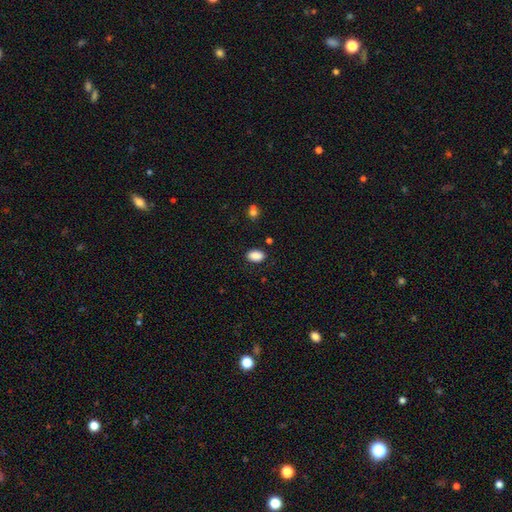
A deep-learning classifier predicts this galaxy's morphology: Smooth or featured?
  - smooth: 89% *
  - star or artifact: 8%
  - featured or disk: 3%
How rounded?
  - in between: 87% *
  - round: 11%
  - cigar-shaped: 1%
Merging?
  - none: 85% *
  - minor disturbance: 11%
  - major disturbance: 3%
  - merger: 2%